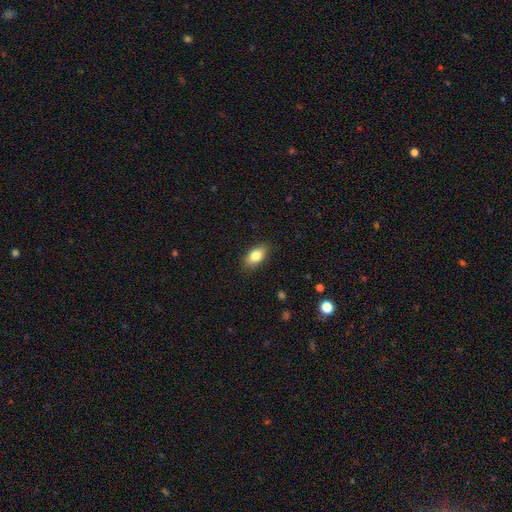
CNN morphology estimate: Smooth or featured?
  - smooth: 82% *
  - featured or disk: 11%
  - star or artifact: 7%
How rounded?
  - in between: 88% *
  - round: 6%
  - cigar-shaped: 6%
Merging?
  - none: 85% *
  - minor disturbance: 11%
  - major disturbance: 3%
  - merger: 1%